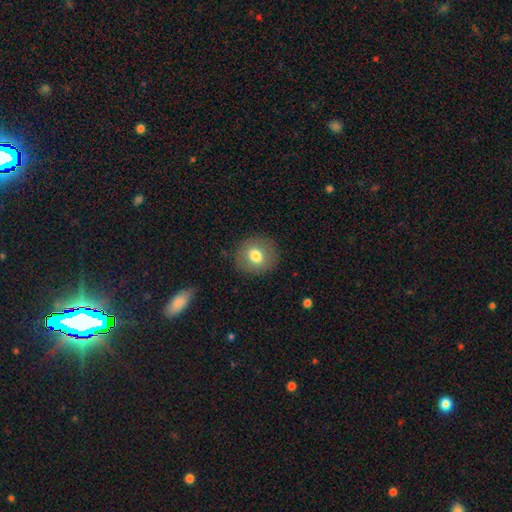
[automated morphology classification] Smooth or featured?
  - smooth: 74% *
  - featured or disk: 17%
  - star or artifact: 9%
How rounded?
  - round: 82% *
  - in between: 17%
  - cigar-shaped: 1%
Merging?
  - none: 88% *
  - minor disturbance: 8%
  - major disturbance: 3%
  - merger: 1%